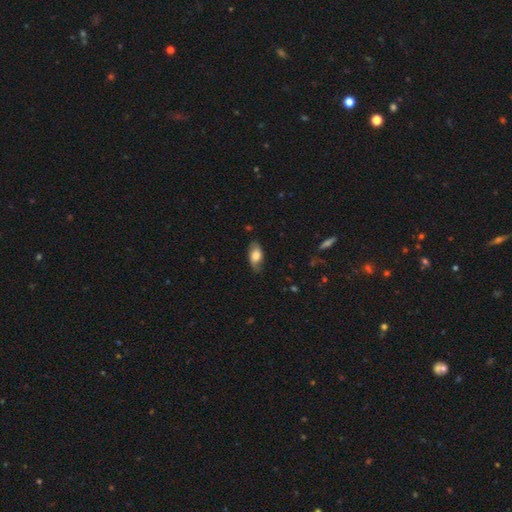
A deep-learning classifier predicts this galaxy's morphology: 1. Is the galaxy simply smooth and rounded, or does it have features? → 64% smooth, 29% featured or disk, 7% star or artifact.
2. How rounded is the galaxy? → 89% in between, 6% cigar-shaped, 5% round.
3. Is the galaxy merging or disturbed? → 73% none, 21% minor disturbance, 5% major disturbance, 1% merger.